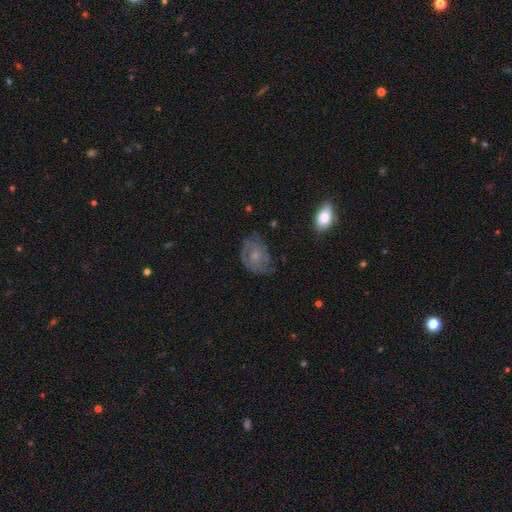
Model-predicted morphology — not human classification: A featured or disk galaxy (65%) with no bar (78%), spiral arms (78%) and a small central bulge (62%). Merging: none (56%).